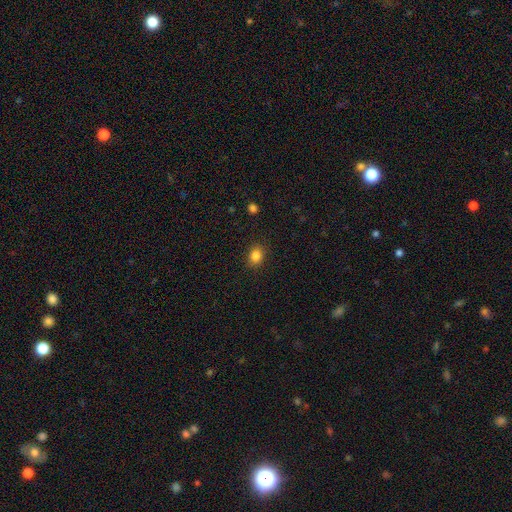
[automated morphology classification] Q: Smooth or featured?
A: smooth (84%); runner-up: star or artifact (11%)
Q: How rounded?
A: round (54%); runner-up: in between (45%)
Q: Merging?
A: none (88%); runner-up: minor disturbance (9%)